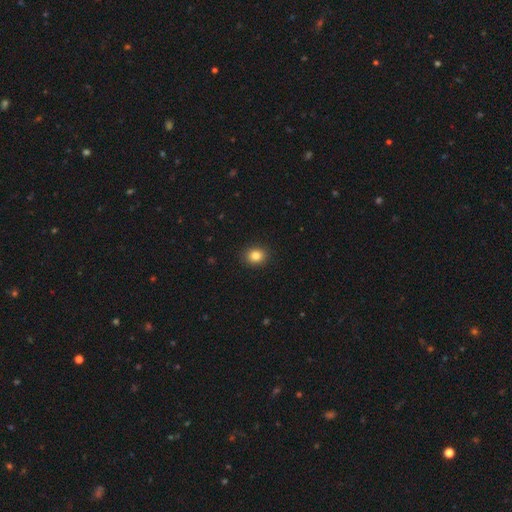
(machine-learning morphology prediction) Smooth or featured? smooth (84%)
How rounded? round (63%)
Merging? none (91%)